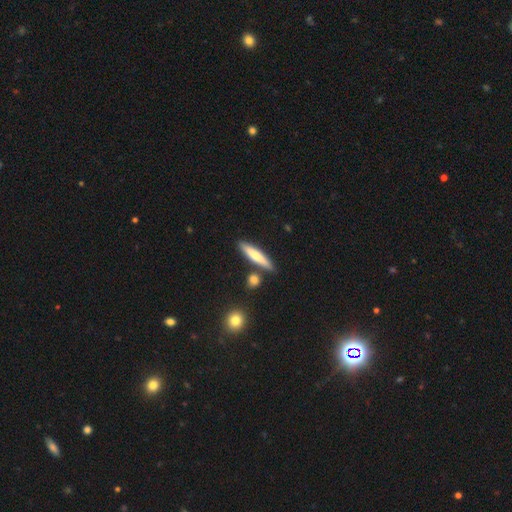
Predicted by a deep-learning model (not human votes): smooth-or-featured: smooth: 65% | featured or disk: 29% | star or artifact: 6%
  how-rounded: cigar-shaped: 87% | in between: 11% | round: 2%
  merging: none: 81% | minor disturbance: 9% | merger: 7% | major disturbance: 2%